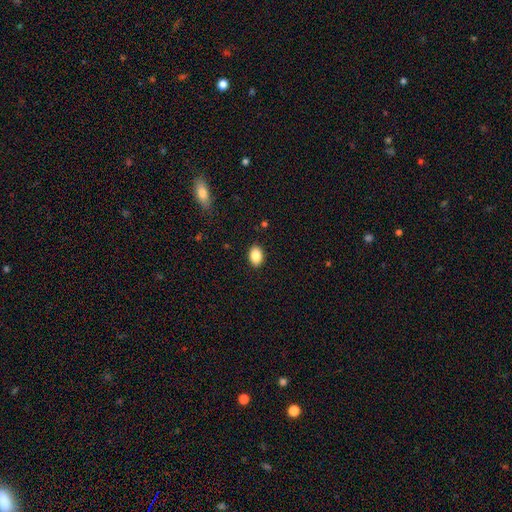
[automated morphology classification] smooth 86%, star or artifact 8%, featured or disk 6%. Down the decision tree: how rounded — in between (81%); merging — none (89%).